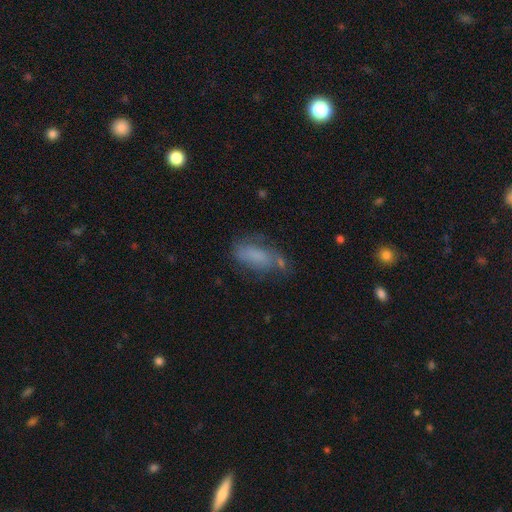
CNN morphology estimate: Overall: smooth (64%; featured or disk 26%). How rounded: in between (82%). Merging: none (48%; minor disturbance 27%).